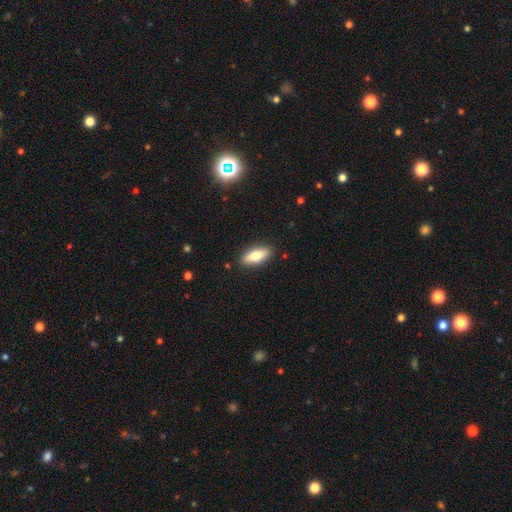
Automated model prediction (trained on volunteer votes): smooth 68%, featured or disk 26%, star or artifact 7%. Down the decision tree: how rounded — in between (71%); merging — none (88%).